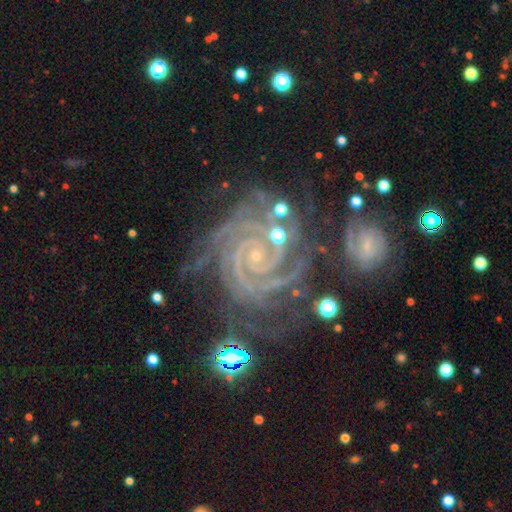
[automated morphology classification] smooth_or_featured: featured or disk (p=0.92) [alt: star or artifact p=0.06]
disk_edge_on: no (p=0.98) [alt: yes p=0.02]
bar: no (p=0.61) [alt: weak p=0.24]
has_spiral_arms: yes (p=0.99) [alt: no p=0.01]
spiral_winding: tight (p=0.84) [alt: medium p=0.14]
spiral_arm_count: 2 (p=0.28) [alt: 3 p=0.26]
bulge_size: small (p=0.85) [alt: moderate p=0.10]
merging: none (p=0.63) [alt: minor disturbance p=0.21]